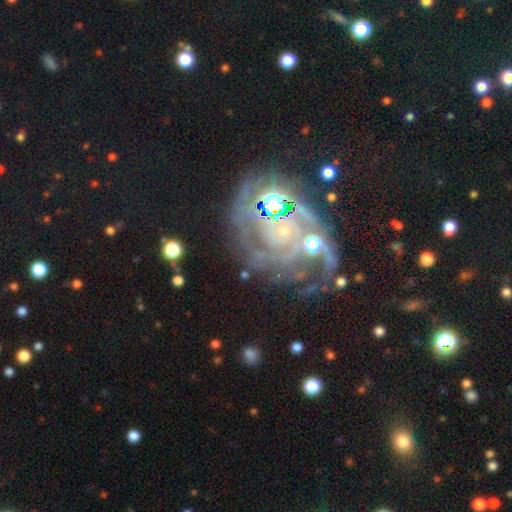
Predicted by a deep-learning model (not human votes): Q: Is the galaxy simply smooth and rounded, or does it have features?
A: featured or disk — 79%.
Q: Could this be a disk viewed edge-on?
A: no — 97%.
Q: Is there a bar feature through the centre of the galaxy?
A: no — 73%.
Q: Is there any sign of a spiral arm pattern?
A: yes — 92%.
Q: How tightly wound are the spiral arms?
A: tight — 63%.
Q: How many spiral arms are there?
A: can't tell — 30%.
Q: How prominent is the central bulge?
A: small — 57%.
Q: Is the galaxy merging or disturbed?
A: none — 52%.